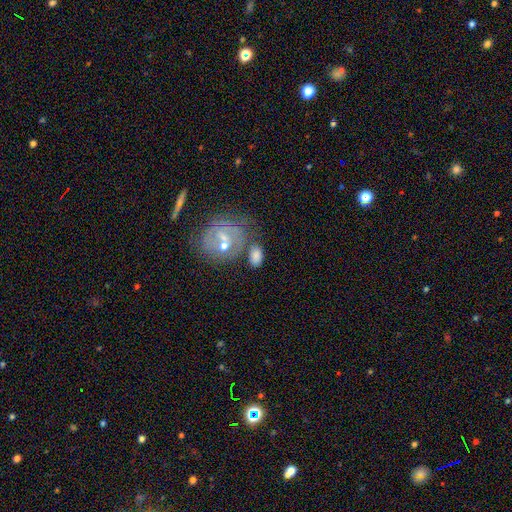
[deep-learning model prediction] Smooth or featured?
  - smooth: 71% *
  - featured or disk: 20%
  - star or artifact: 8%
How rounded?
  - in between: 83% *
  - round: 15%
  - cigar-shaped: 2%
Merging?
  - none: 52% *
  - merger: 22%
  - minor disturbance: 18%
  - major disturbance: 9%